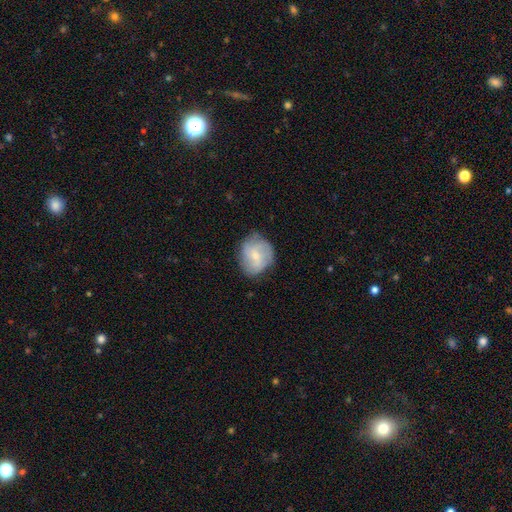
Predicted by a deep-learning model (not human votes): Smooth or featured? featured or disk (49%)
Merging? none (69%)